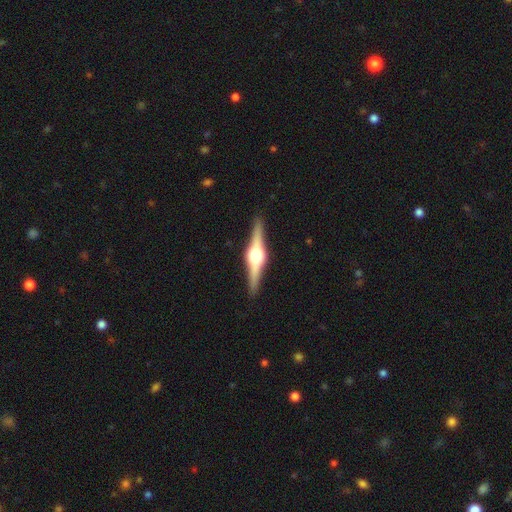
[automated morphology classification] This is clearly a featured or disk galaxy (83%). It is clearly viewed edge-on (98%). Edge-on bulge: clearly rounded (93%). Merging: clearly none (91%).